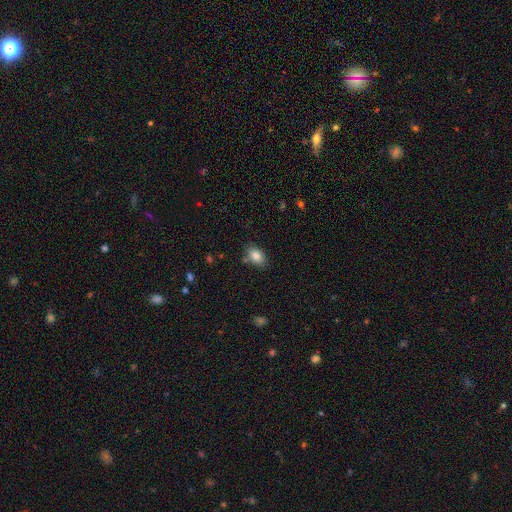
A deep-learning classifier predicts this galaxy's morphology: Smooth or featured: smooth — 84% (star or artifact — 9%)
How rounded: in between — 82% (round — 17%)
Merging: none — 76% (minor disturbance — 15%)